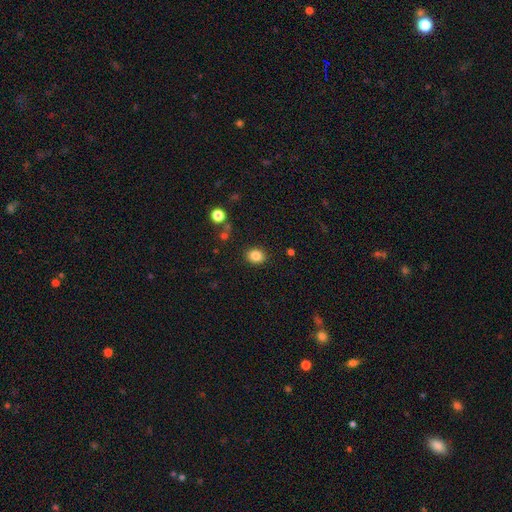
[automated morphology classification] smooth 85%, star or artifact 10%, featured or disk 4%. Down the decision tree: how rounded — round (53%); merging — none (88%).